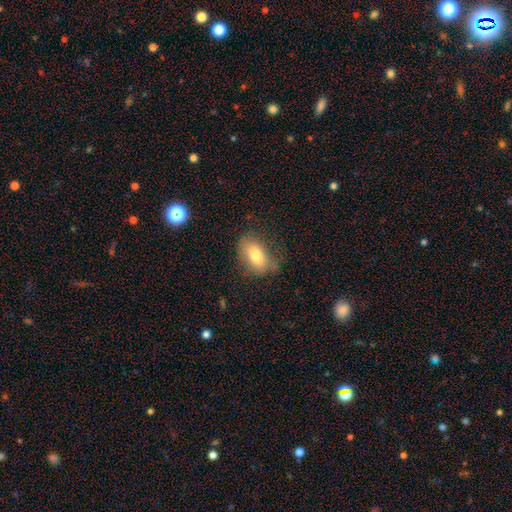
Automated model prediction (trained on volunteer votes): The model was most divided on "merging": none: 64%, minor disturbance: 24%, major disturbance: 10%, merger: 2%. More confident: how rounded — in between (87%); smooth or featured — smooth (74%).